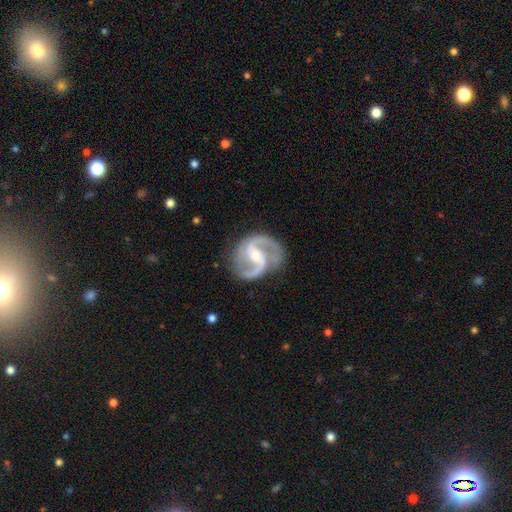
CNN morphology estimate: smooth-or-featured: featured or disk: 93% | star or artifact: 4% | smooth: 3%
  disk-edge-on: no: 98% | yes: 2%
    bar: weak: 43% | strong: 30% | no: 27%
    has-spiral-arms: yes: 98% | no: 2%
      spiral-winding: medium: 65% | loose: 20% | tight: 15%
      spiral-arm-count: 2: 93% | 3: 2% | can't tell: 2% | 1: 1% | 4: 1% | more than 4: 1%
    bulge-size: small: 52% | moderate: 45% | large: 1% | none: 1% | dominant: 1%
  merging: none: 79% | minor disturbance: 14% | major disturbance: 5% | merger: 1%